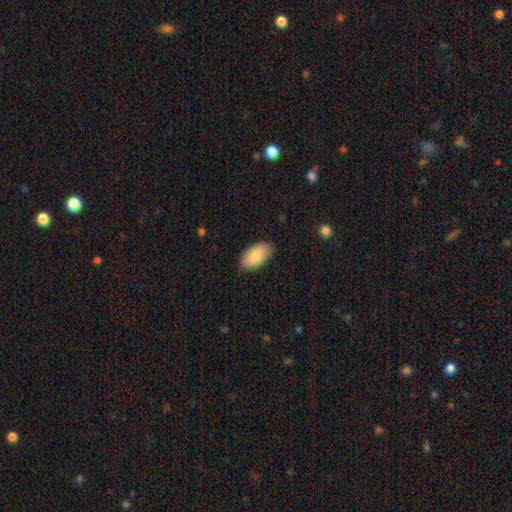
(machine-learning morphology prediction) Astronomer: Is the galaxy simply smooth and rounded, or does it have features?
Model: smooth — 81%.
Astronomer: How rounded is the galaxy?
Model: in between — 95%.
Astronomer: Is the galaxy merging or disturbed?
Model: none — 85%.